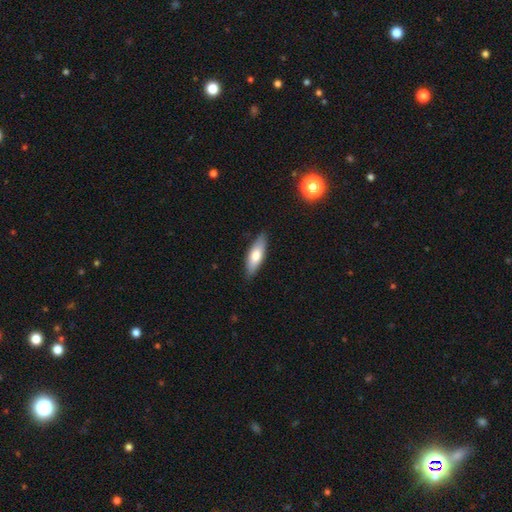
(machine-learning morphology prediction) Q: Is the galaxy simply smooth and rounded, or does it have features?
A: smooth — 68%.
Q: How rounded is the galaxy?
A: in between — 54%.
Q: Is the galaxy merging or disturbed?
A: none — 86%.